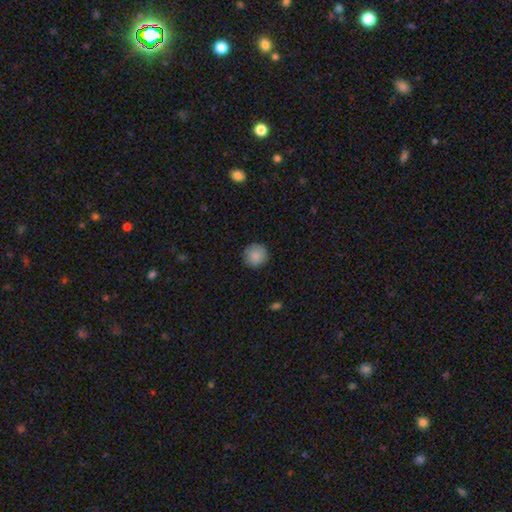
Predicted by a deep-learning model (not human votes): Smooth or featured?
  - smooth: 88% *
  - star or artifact: 8%
  - featured or disk: 5%
How rounded?
  - round: 94% *
  - in between: 5%
  - cigar-shaped: 1%
Merging?
  - none: 89% *
  - minor disturbance: 8%
  - major disturbance: 2%
  - merger: 1%